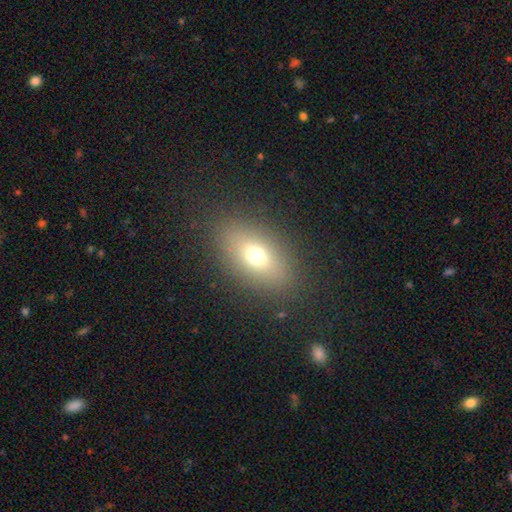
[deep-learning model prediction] Overall: smooth (68%). How rounded: in between (79%). Merging: none (85%).